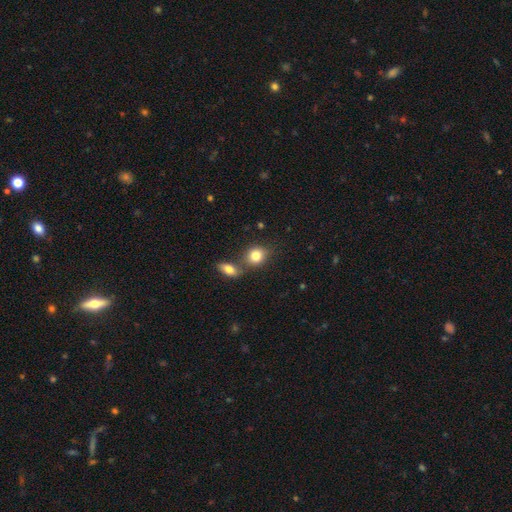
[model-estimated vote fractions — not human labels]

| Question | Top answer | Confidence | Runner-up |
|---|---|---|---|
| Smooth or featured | smooth | 82% | star or artifact (9%) |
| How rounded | round | 56% | in between (42%) |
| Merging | none | 50% | merger (36%) |